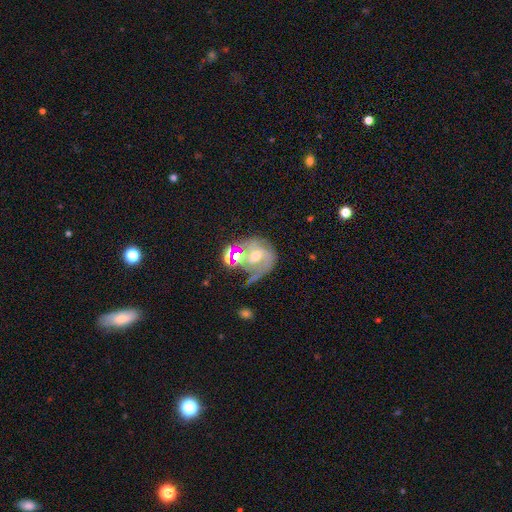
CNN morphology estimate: Smooth or featured? Predicted: featured or disk (p=0.66). Edge-on disk? Predicted: no (p=0.97). Bar? Predicted: weak (p=0.43). Spiral arms? Predicted: yes (p=0.85). Spiral winding? Predicted: medium (p=0.43). Spiral arm count? Predicted: 2 (p=0.51). Bulge size? Predicted: moderate (p=0.60). Merging? Predicted: none (p=0.41).